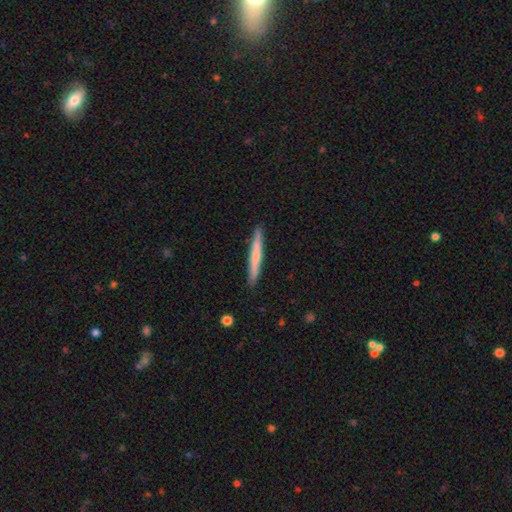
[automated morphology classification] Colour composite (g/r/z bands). It shows a smooth galaxy with no disk features (58%) that is cigar-shaped (96%). Merging: none (91%).